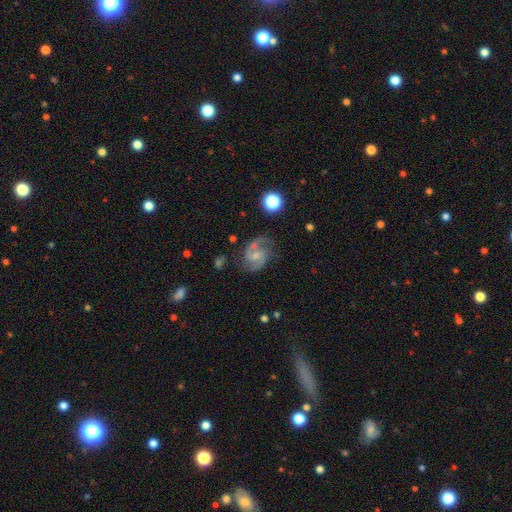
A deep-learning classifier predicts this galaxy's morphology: Smooth or featured: featured or disk — 89% (smooth — 6%)
Edge-on disk: no — 98% (yes — 2%)
Bar: weak — 50% (no — 36%)
Spiral arms: yes — 98% (no — 2%)
Spiral winding: medium — 61% (loose — 22%)
Spiral arm count: 2 — 92% (can't tell — 2%)
Bulge size: small — 58% (moderate — 28%)
Merging: none — 71% (minor disturbance — 17%)